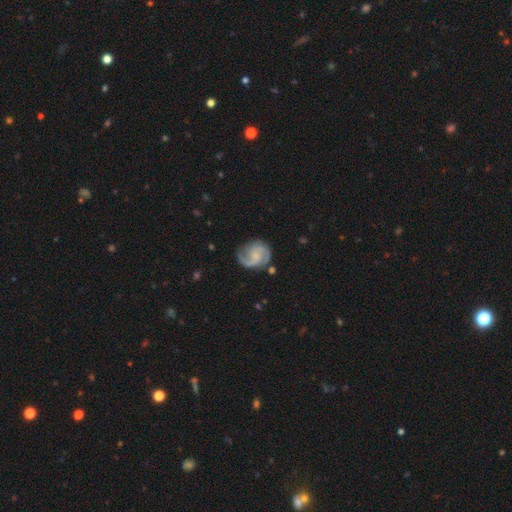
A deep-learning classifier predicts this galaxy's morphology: This is clearly a featured or disk galaxy (84%). It is clearly not viewed edge-on (98%). Bar: possibly no (58%). Spiral arm pattern: clearly yes (97%). Spiral arm count: likely 2 (77%). Spiral winding: possibly medium (51%). Central bulge: marginally small (42%). Merging: likely none (72%).